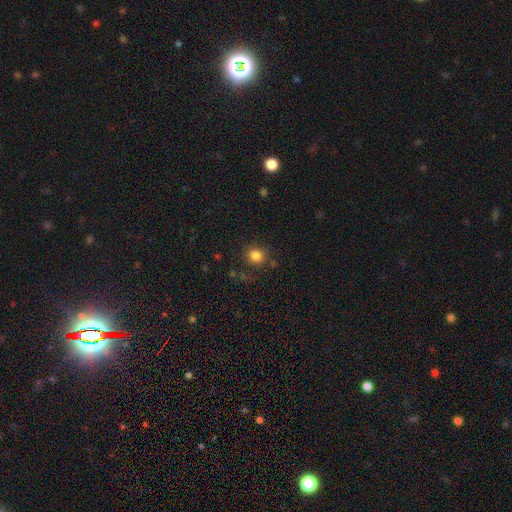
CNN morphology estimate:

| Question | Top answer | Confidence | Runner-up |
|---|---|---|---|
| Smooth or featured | smooth | 83% | star or artifact (12%) |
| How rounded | round | 88% | in between (11%) |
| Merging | none | 80% | minor disturbance (11%) |